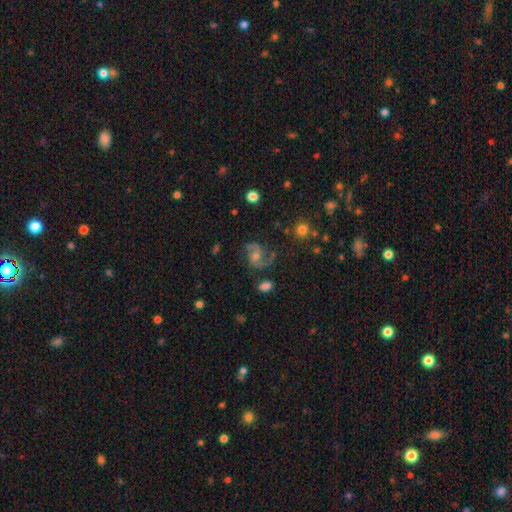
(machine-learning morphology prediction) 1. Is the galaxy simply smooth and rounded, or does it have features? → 83% featured or disk, 9% star or artifact, 7% smooth.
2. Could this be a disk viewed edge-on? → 98% no, 2% yes.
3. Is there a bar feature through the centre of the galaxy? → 59% no, 33% weak, 8% strong.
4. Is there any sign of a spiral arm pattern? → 97% yes, 3% no.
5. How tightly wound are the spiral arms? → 55% medium, 28% loose, 17% tight.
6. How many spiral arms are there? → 86% 2, 4% 3, 4% can't tell, 3% 1, 1% 4, 1% more than 4.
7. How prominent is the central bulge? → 54% moderate, 36% small, 5% large, 4% none, 1% dominant.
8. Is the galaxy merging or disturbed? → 75% none, 15% minor disturbance, 8% major disturbance, 2% merger.